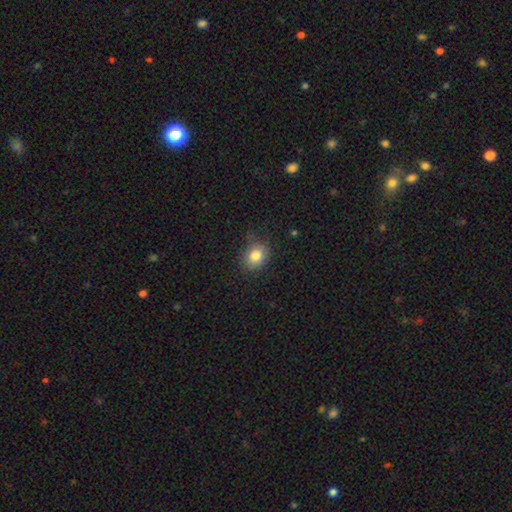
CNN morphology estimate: The model was most divided on "how rounded": round: 60%, in between: 39%, cigar-shaped: 1%. More confident: smooth or featured — smooth (82%); merging — none (78%).